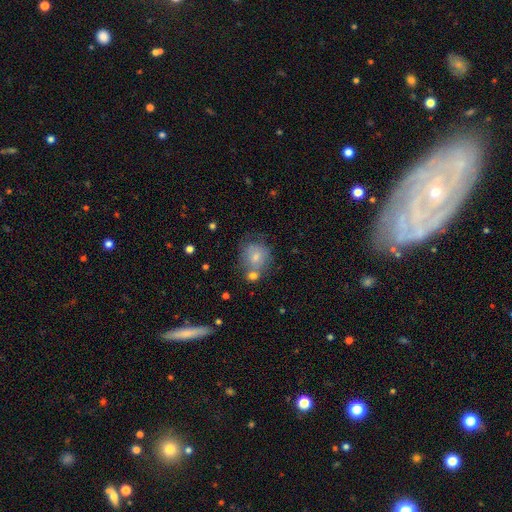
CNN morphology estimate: Q: Smooth or featured?
A: smooth (71%); runner-up: featured or disk (20%)
Q: How rounded?
A: round (74%); runner-up: in between (25%)
Q: Merging?
A: none (42%); runner-up: merger (29%)